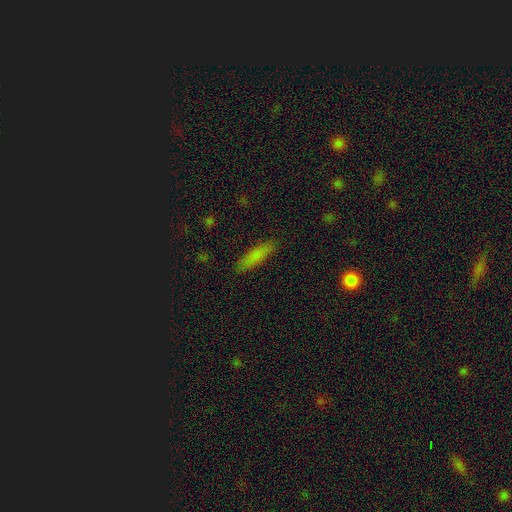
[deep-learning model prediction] Overall: smooth (80%). How rounded: cigar-shaped (63%; in between 35%). Merging: none (86%).